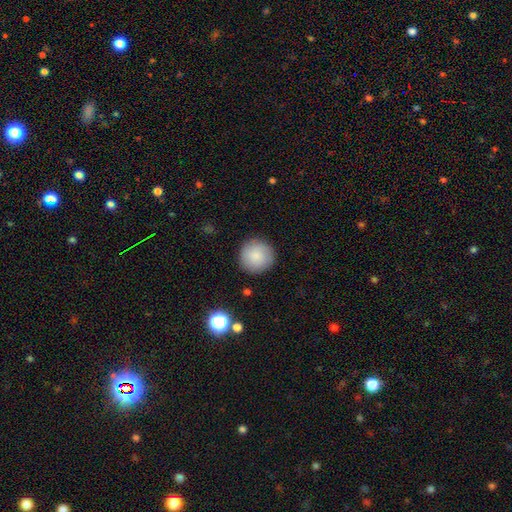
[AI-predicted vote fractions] Smooth or featured? smooth (86%)
How rounded? round (95%)
Merging? none (90%)